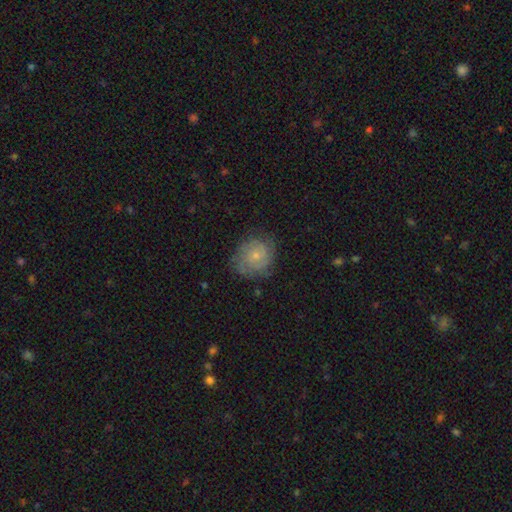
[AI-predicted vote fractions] featured or disk 48%, smooth 44%, star or artifact 8%. Down the decision tree: merging — none (70%).